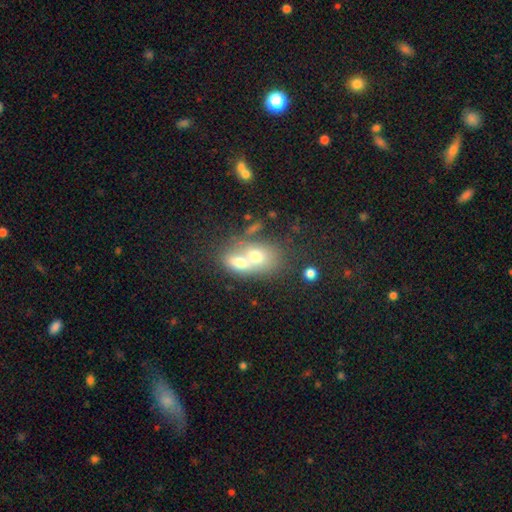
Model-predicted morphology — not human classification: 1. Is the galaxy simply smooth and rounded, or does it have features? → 65% smooth, 25% featured or disk, 10% star or artifact.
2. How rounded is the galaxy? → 67% in between, 30% round, 2% cigar-shaped.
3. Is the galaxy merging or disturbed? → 72% merger, 18% none, 6% minor disturbance, 4% major disturbance.